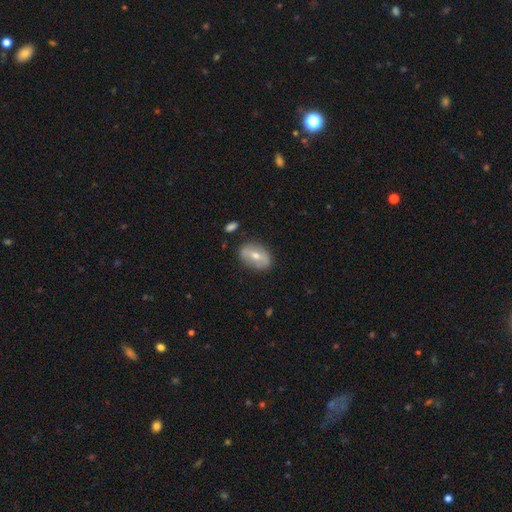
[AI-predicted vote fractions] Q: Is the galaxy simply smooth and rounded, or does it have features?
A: featured or disk — 49%.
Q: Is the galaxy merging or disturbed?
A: none — 81%.